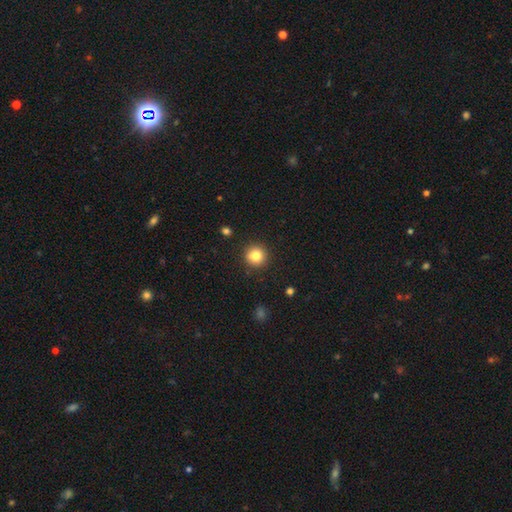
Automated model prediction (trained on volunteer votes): Smooth or featured: smooth — 82% (star or artifact — 11%)
How rounded: round — 94% (in between — 5%)
Merging: none — 91% (minor disturbance — 6%)